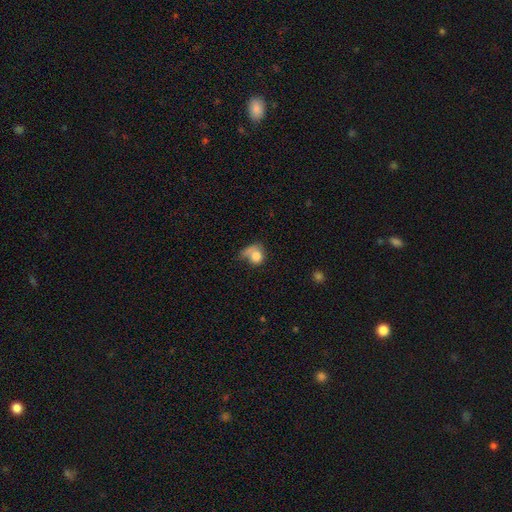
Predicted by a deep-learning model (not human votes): Morphology: type=smooth (75%); roundness=round (69%); merging=none (33%).